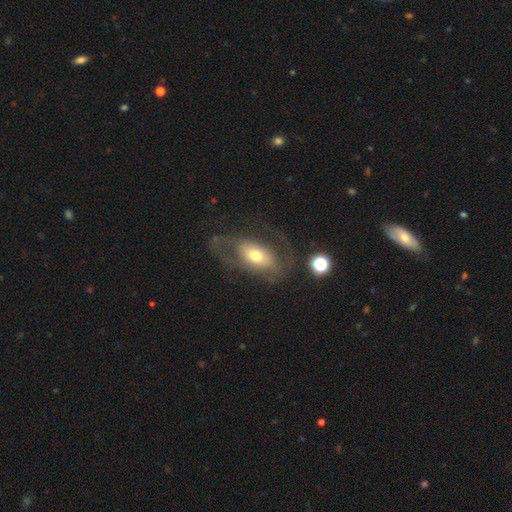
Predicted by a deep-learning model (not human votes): The model was most divided on "smooth or featured": featured or disk: 49%, smooth: 43%, star or artifact: 8%. Remaining: merging — none (49%).